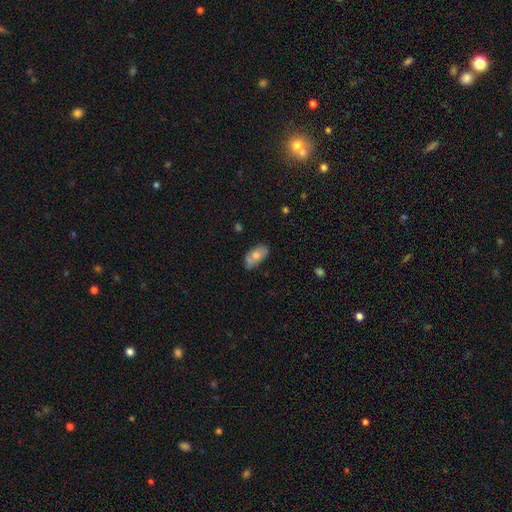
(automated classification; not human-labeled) A smooth galaxy with no disk features (67%) that is in between round and cigar-shaped (92%).

Vote fractions:
- Smooth or featured? smooth: 67% / featured or disk: 26% / star or artifact: 7%
- How rounded? in between: 92% / cigar-shaped: 4% / round: 4%
- Merging? none: 65% / minor disturbance: 26% / major disturbance: 5% / merger: 4%